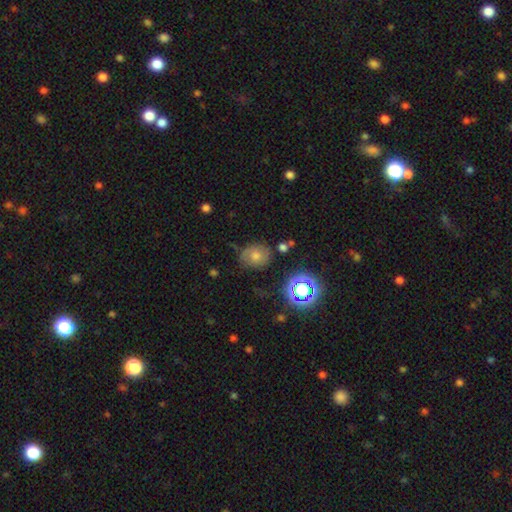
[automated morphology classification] This is possibly a smooth galaxy (51%). How rounded: likely round (65%). Merging: likely none (70%).